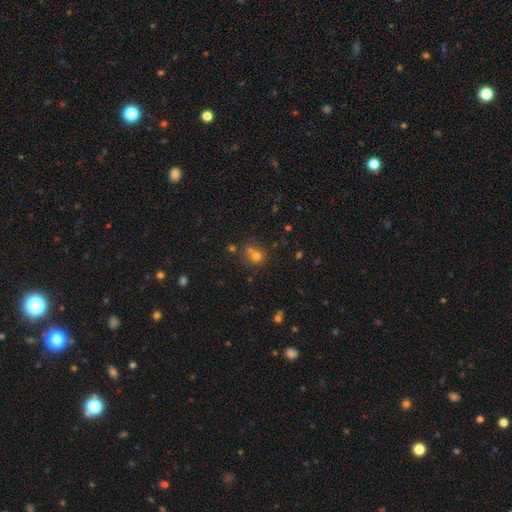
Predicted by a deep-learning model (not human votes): Overall: smooth (69%). How rounded: round (81%). Merging: none (50%; merger 35%).